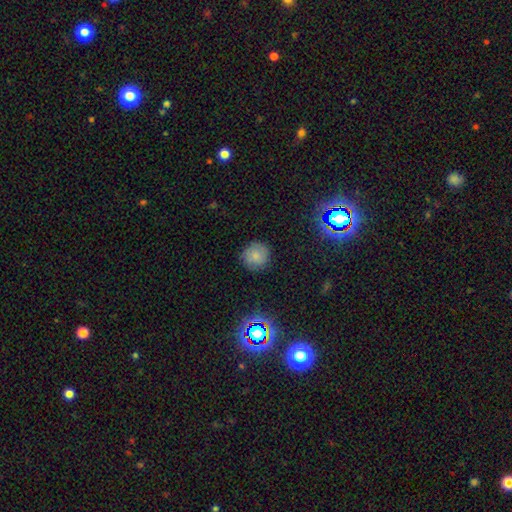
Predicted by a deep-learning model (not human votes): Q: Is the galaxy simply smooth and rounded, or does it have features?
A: smooth — 73%.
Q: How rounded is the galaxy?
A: round — 93%.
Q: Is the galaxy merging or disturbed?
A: none — 85%.